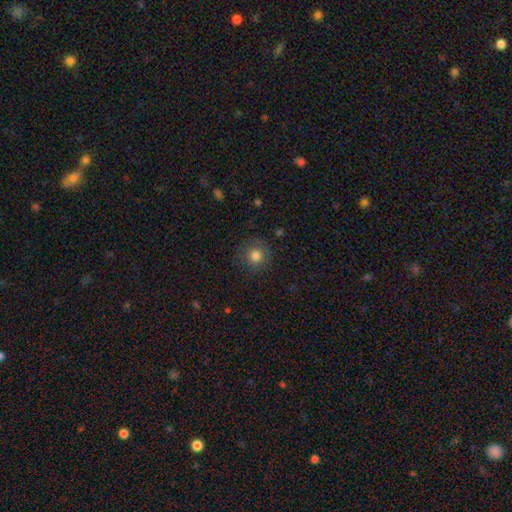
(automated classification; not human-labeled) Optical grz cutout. It shows a smooth galaxy with no disk features (81%) that is round (94%). Merging: none (87%).